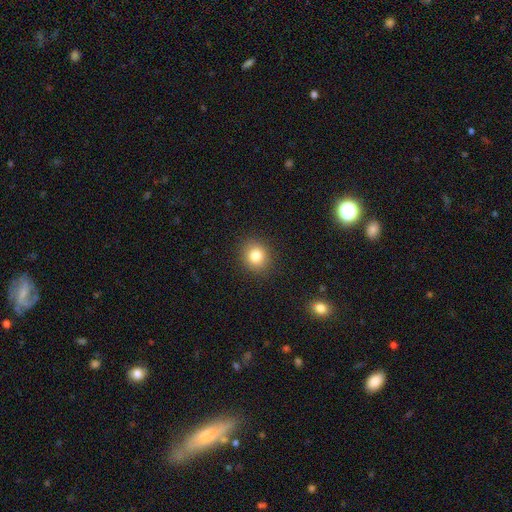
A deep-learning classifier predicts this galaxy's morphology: smooth 82%, star or artifact 11%, featured or disk 7%. Down the decision tree: how rounded — round (82%); merging — none (90%).